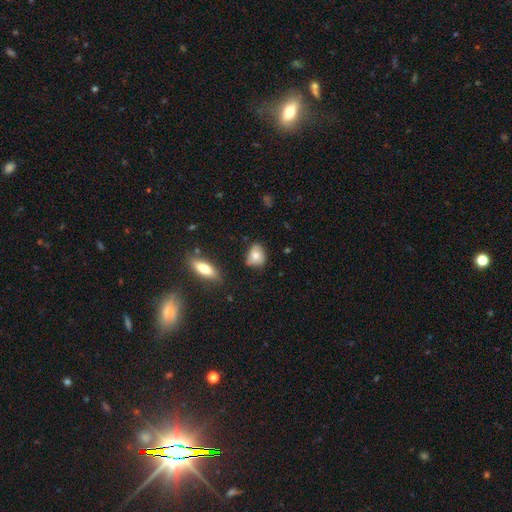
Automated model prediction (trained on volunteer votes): Q: Smooth or featured?
A: smooth (71%); runner-up: featured or disk (20%)
Q: How rounded?
A: in between (62%); runner-up: round (35%)
Q: Merging?
A: none (56%); runner-up: minor disturbance (32%)